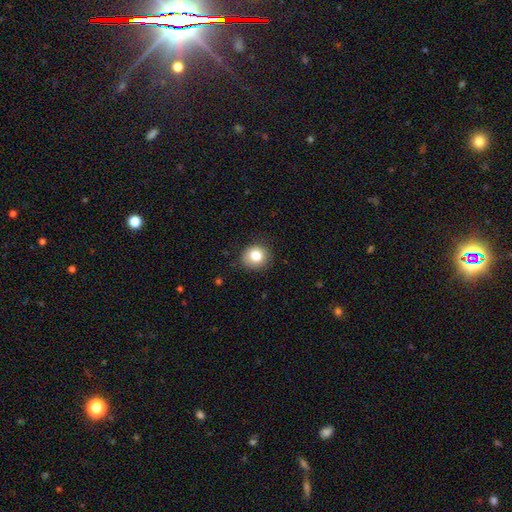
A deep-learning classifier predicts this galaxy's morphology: A smooth galaxy with no disk features (81%) that is round (81%).

Vote fractions:
- Smooth or featured? smooth: 81% / star or artifact: 10% / featured or disk: 9%
- How rounded? round: 81% / in between: 18% / cigar-shaped: 1%
- Merging? none: 85% / minor disturbance: 11% / major disturbance: 3% / merger: 1%